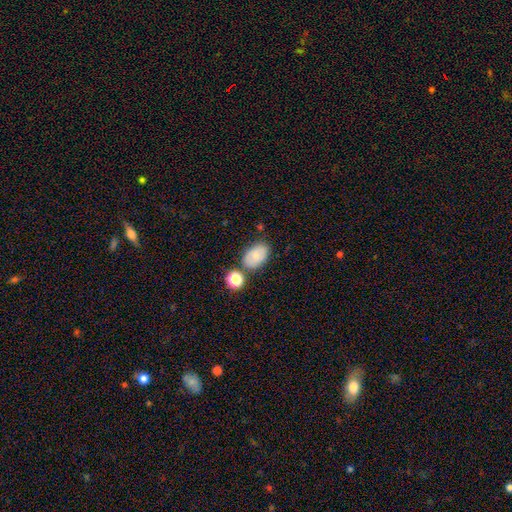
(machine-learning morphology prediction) The model was most divided on "merging": none: 70%, minor disturbance: 16%, merger: 9%, major disturbance: 4%. More confident: how rounded — in between (88%); smooth or featured — smooth (73%).